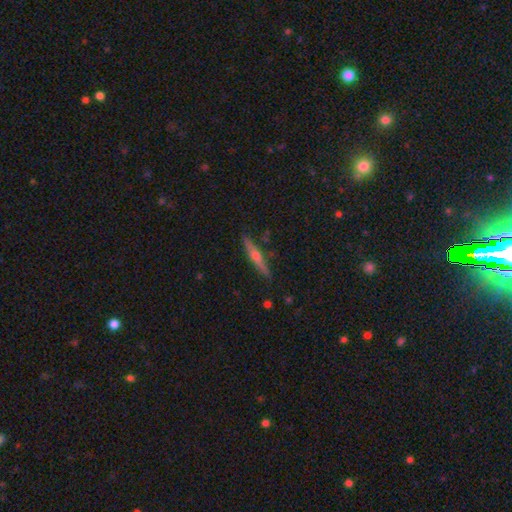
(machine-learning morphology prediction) This appears to be a featured or disk galaxy (71%) viewed edge-on (98%) with a rounded central bulge (86%). Merging: none (89%).